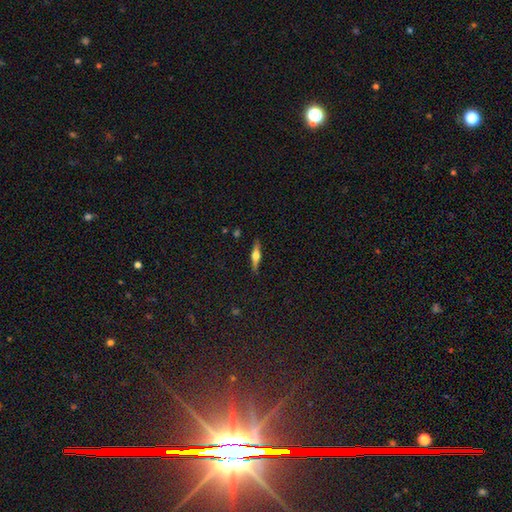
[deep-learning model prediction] Smooth or featured: featured or disk — 61% (smooth — 33%)
Edge-on disk: yes — 96% (no — 4%)
Edge-on bulge: rounded — 93% (boxy — 5%)
Merging: none — 89% (minor disturbance — 8%)